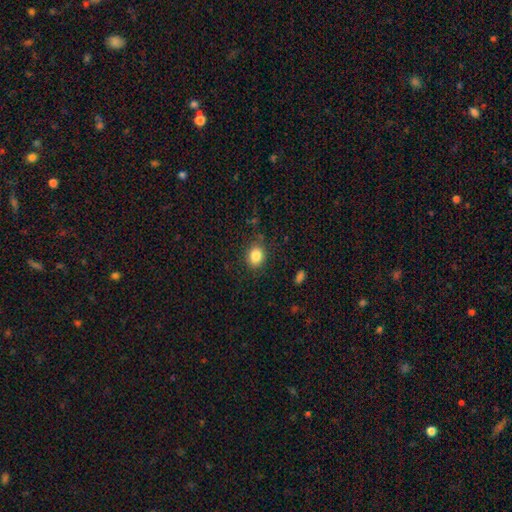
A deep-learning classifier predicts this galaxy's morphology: Overall: smooth (85%). How rounded: round (52%; in between 47%). Merging: none (84%).